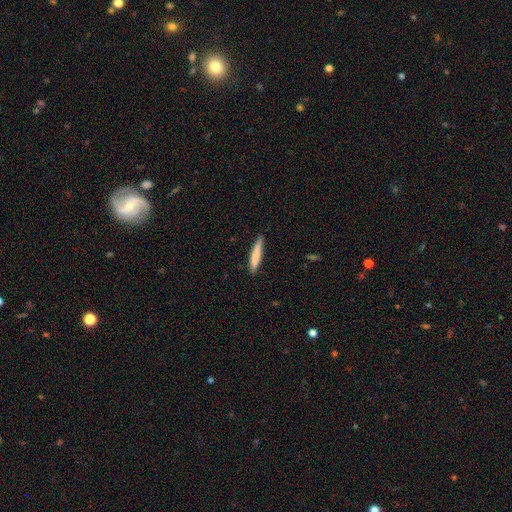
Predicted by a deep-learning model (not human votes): Smooth or featured?
  - smooth: 78% *
  - featured or disk: 17%
  - star or artifact: 6%
How rounded?
  - cigar-shaped: 92% *
  - in between: 7%
  - round: 1%
Merging?
  - none: 84% *
  - minor disturbance: 13%
  - major disturbance: 2%
  - merger: 1%